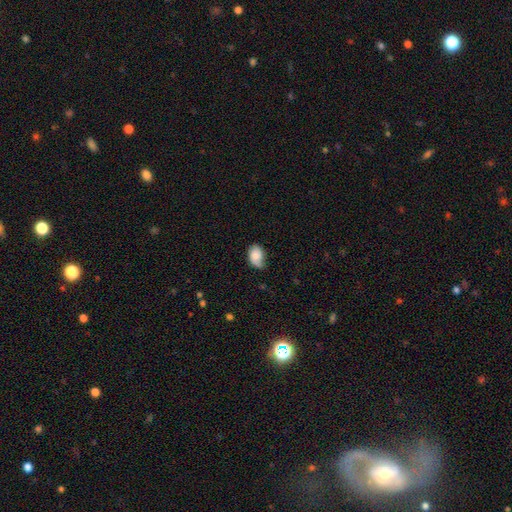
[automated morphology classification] This is likely a smooth galaxy (74%). How rounded: clearly in between (82%). Merging: possibly none (47%).